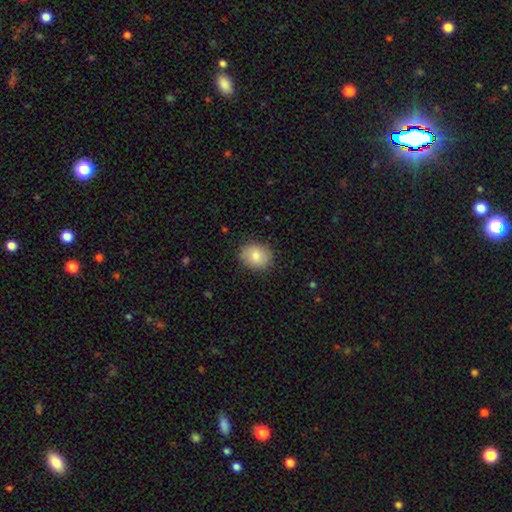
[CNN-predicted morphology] Overall: smooth (83%). How rounded: round (54%; in between 45%). Merging: none (88%).